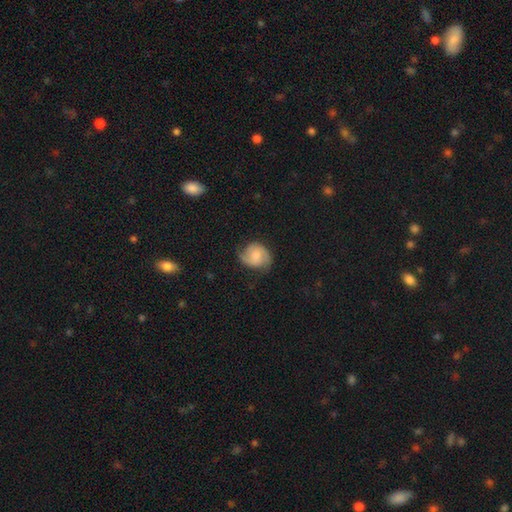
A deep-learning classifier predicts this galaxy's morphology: Smooth or featured?
  - featured or disk: 58% *
  - smooth: 35%
  - star or artifact: 7%
Edge-on disk?
  - no: 97% *
  - yes: 3%
Bar?
  - no: 58% *
  - weak: 35%
  - strong: 6%
Spiral arms?
  - yes: 92% *
  - no: 8%
Spiral winding?
  - medium: 47% *
  - tight: 28%
  - loose: 25%
Spiral arm count?
  - 2: 83% *
  - can't tell: 8%
  - 1: 4%
  - 3: 3%
  - 4: 1%
  - more than 4: 1%
Bulge size?
  - moderate: 38% *
  - small: 35%
  - none: 17%
  - large: 8%
  - dominant: 2%
Merging?
  - none: 67% *
  - minor disturbance: 23%
  - major disturbance: 8%
  - merger: 1%